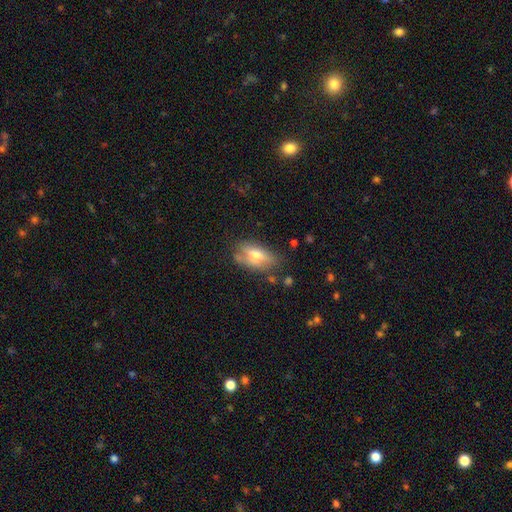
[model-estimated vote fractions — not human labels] A smooth galaxy with no disk features (59%) that is in between round and cigar-shaped (86%).

Vote fractions:
- Smooth or featured? smooth: 59% / featured or disk: 33% / star or artifact: 9%
- How rounded? in between: 86% / cigar-shaped: 9% / round: 5%
- Merging? none: 62% / minor disturbance: 25% / major disturbance: 9% / merger: 5%